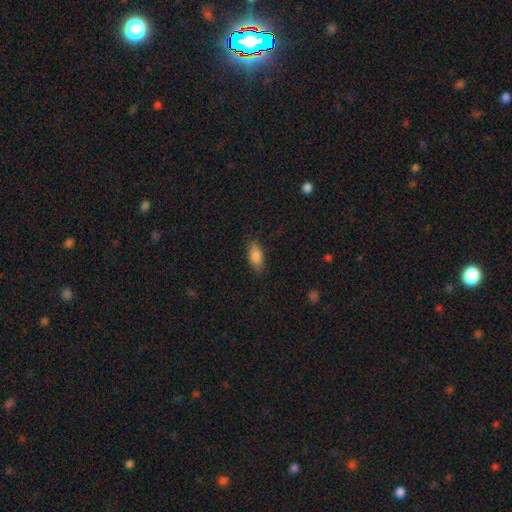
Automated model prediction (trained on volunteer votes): Overall: smooth (84%). How rounded: in between (84%). Merging: none (84%).